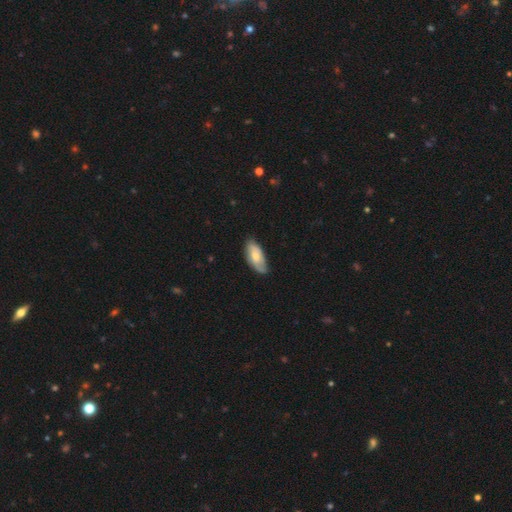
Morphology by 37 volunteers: smooth_or_featured: smooth (p=0.54) [alt: featured or disk p=0.43]
how_rounded: in between (p=0.80) [alt: cigar-shaped p=0.20]
merging: none (p=0.81) [alt: minor disturbance p=0.14]